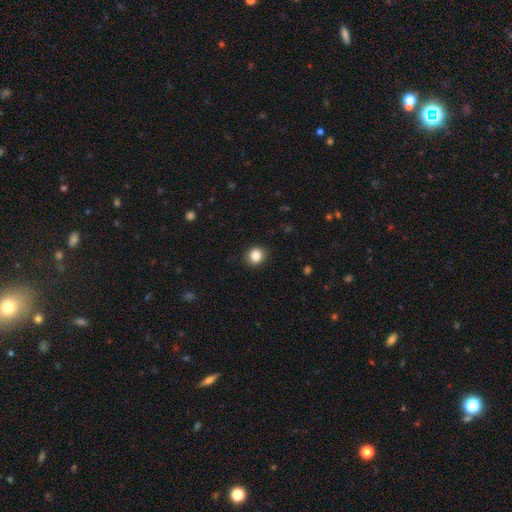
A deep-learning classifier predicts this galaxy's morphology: The model was most divided on "how rounded": round: 86%, in between: 13%, cigar-shaped: 1%. More confident: merging — none (90%); smooth or featured — smooth (85%).